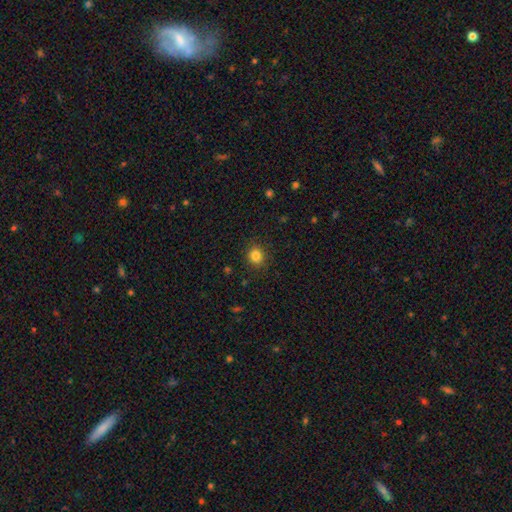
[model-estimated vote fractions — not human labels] Overall: smooth (84%). How rounded: round (83%). Merging: none (88%).